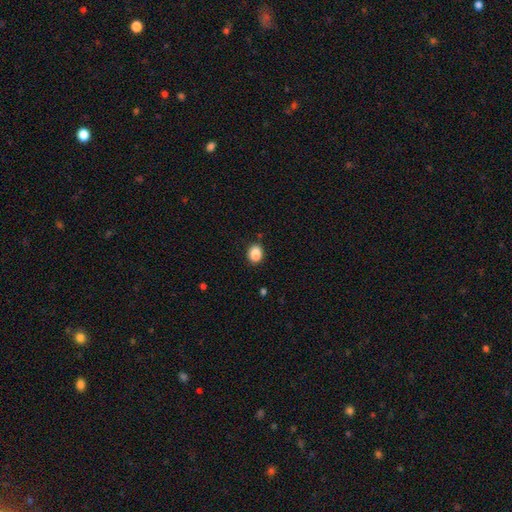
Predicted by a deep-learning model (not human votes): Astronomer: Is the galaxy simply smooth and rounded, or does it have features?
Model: smooth — 88%.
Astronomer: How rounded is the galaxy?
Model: in between — 56% (runner-up: round, 43%).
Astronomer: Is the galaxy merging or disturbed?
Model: none — 86%.